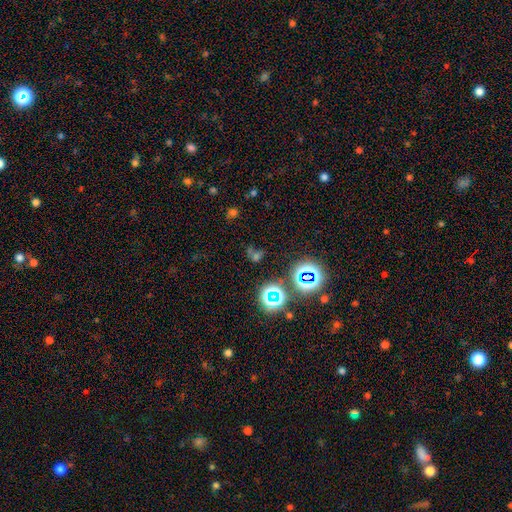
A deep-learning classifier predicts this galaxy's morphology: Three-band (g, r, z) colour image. It shows a star or artifact, not a galaxy (51%).